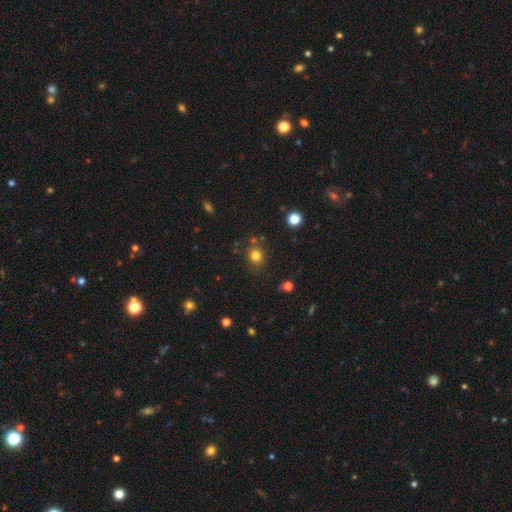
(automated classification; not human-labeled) Smooth or featured? Predicted: smooth (p=0.80). How rounded? Predicted: round (p=0.86). Merging? Predicted: none (p=0.80).